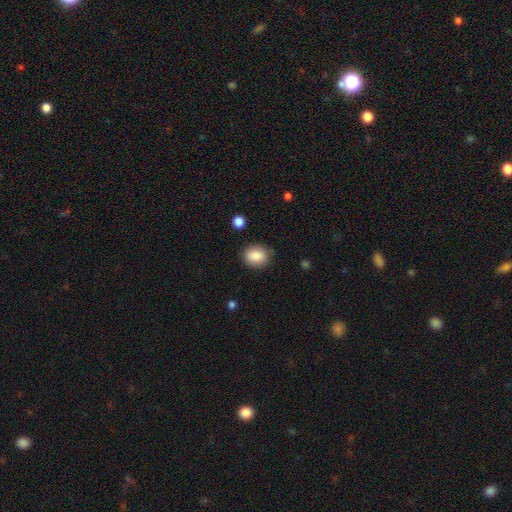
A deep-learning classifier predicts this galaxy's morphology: Smooth or featured? smooth (86%)
How rounded? round (50%)
Merging? none (83%)